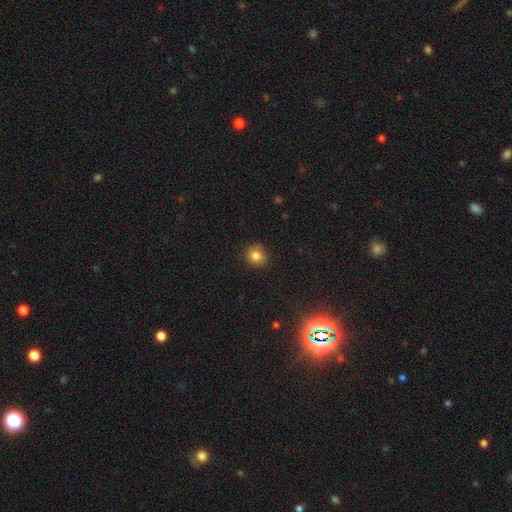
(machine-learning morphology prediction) Overall: smooth (82%). How rounded: round (86%). Merging: none (81%).